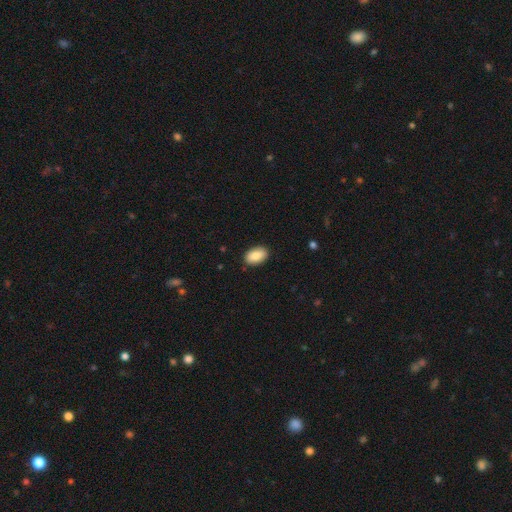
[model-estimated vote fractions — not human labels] A smooth galaxy with no disk features (87%) that is in between round and cigar-shaped (92%). Merging: none (89%).